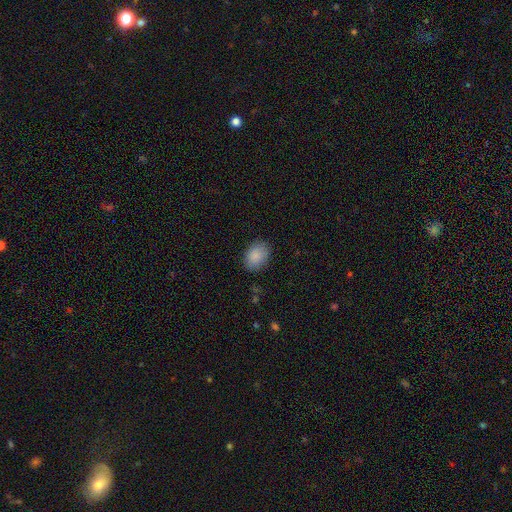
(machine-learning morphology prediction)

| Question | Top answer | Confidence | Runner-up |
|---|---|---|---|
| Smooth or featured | smooth | 87% | star or artifact (7%) |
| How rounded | in between | 78% | round (21%) |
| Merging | none | 84% | minor disturbance (12%) |